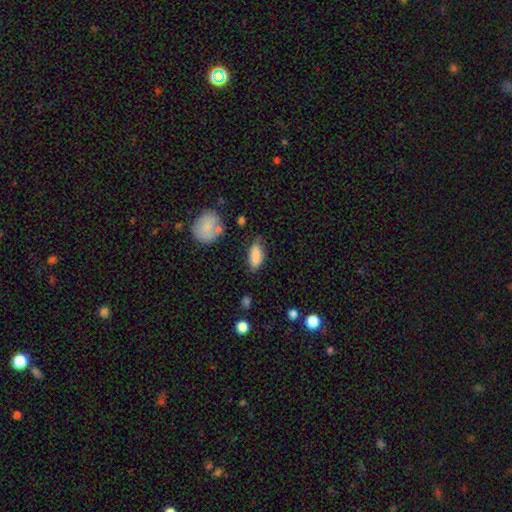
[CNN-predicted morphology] smooth_or_featured: smooth (p=0.85) [alt: featured or disk p=0.08]
how_rounded: in between (p=0.81) [alt: cigar-shaped p=0.16]
merging: none (p=0.70) [alt: minor disturbance p=0.22]